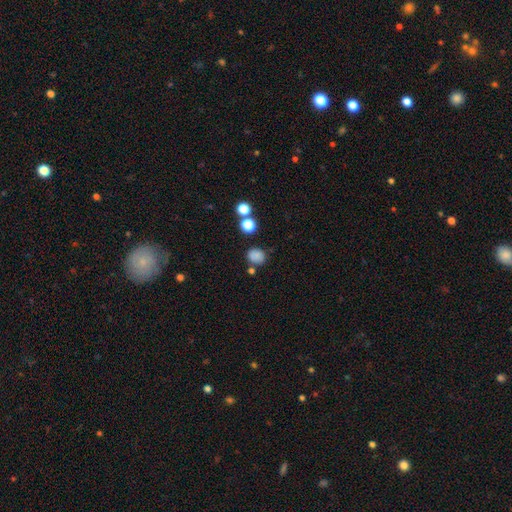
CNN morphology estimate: smooth-or-featured: smooth: 80% | star or artifact: 14% | featured or disk: 5%
  how-rounded: round: 65% | in between: 34% | cigar-shaped: 1%
  merging: none: 73% | minor disturbance: 13% | merger: 10% | major disturbance: 4%